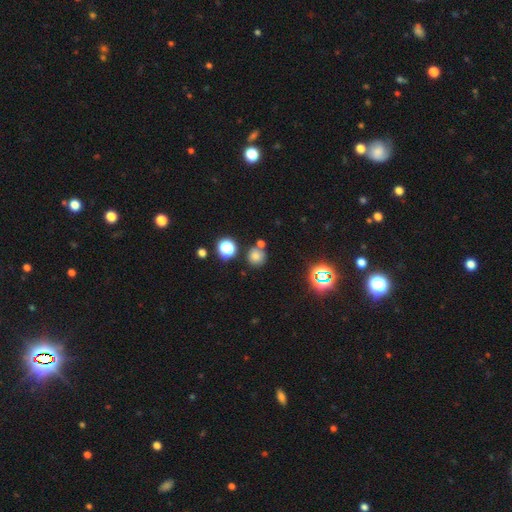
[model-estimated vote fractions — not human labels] This appears to be a smooth galaxy with no disk features (70%) that is round (89%). Merging: none (70%).